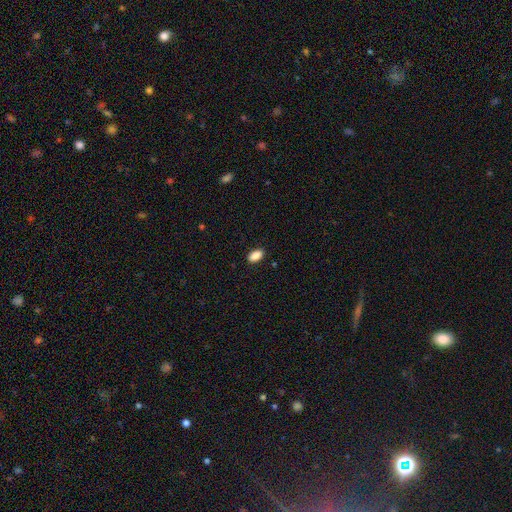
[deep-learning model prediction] This appears to be a smooth galaxy with no disk features (89%) that is in between round and cigar-shaped (92%). Merging: none (89%).